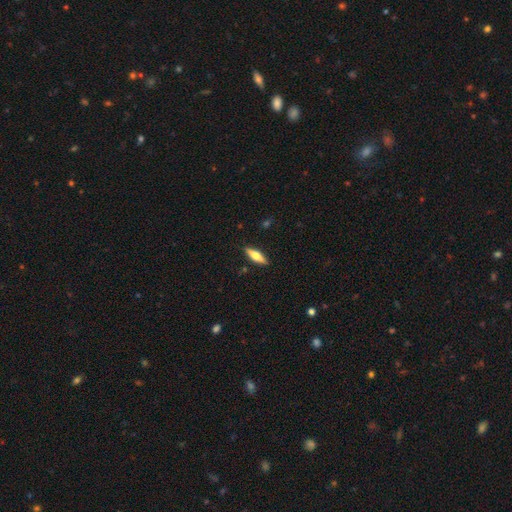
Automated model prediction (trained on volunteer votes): smooth_or_featured: smooth (p=0.50) [alt: featured or disk p=0.44]
merging: none (p=0.89) [alt: minor disturbance p=0.08]